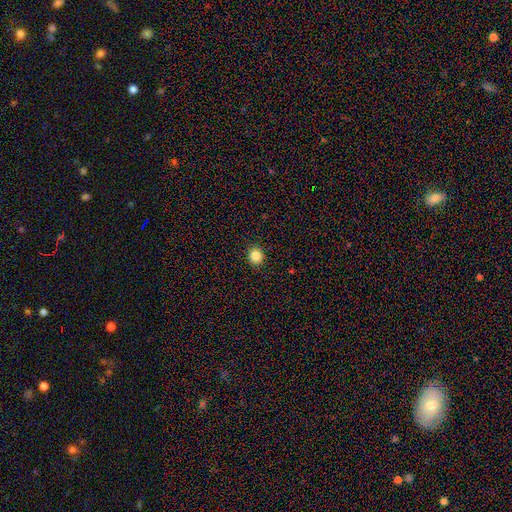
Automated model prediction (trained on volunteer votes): Smooth or featured? smooth (85%)
How rounded? round (85%)
Merging? none (91%)